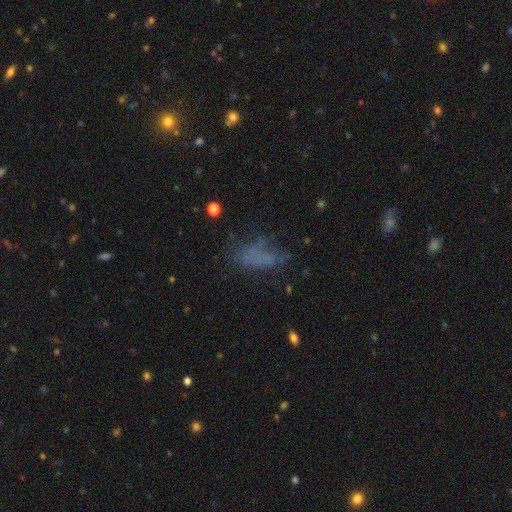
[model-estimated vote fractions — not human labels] A smooth galaxy with no disk features (51%) that is in between round and cigar-shaped (74%).

Vote fractions:
- Smooth or featured? smooth: 51% / featured or disk: 27% / star or artifact: 21%
- How rounded? in between: 74% / cigar-shaped: 20% / round: 6%
- Merging? none: 44% / major disturbance: 28% / minor disturbance: 23% / merger: 5%